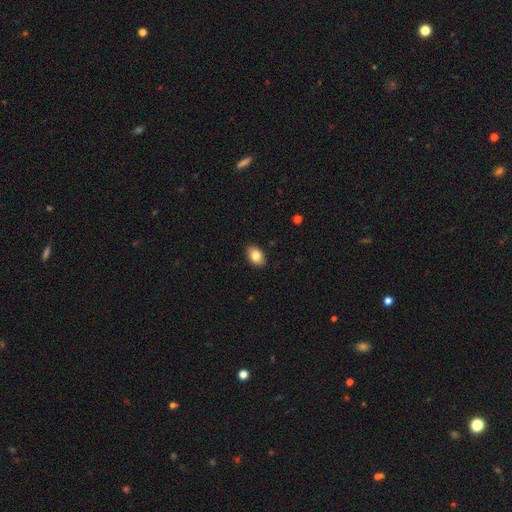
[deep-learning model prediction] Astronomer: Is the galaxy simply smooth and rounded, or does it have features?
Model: smooth — 82%.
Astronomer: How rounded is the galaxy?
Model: in between — 86%.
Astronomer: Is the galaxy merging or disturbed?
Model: none — 89%.